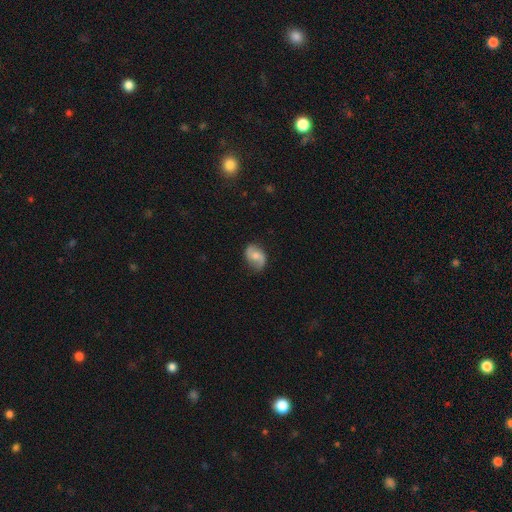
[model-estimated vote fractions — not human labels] Smooth or featured?
  - featured or disk: 63% *
  - smooth: 29%
  - star or artifact: 7%
Edge-on disk?
  - no: 97% *
  - yes: 3%
Bar?
  - no: 58% *
  - weak: 35%
  - strong: 7%
Spiral arms?
  - yes: 92% *
  - no: 8%
Spiral winding?
  - loose: 51% *
  - medium: 36%
  - tight: 13%
Spiral arm count?
  - 2: 87% *
  - can't tell: 5%
  - 1: 5%
  - 3: 1%
  - 4: 1%
  - more than 4: 1%
Bulge size?
  - moderate: 54% *
  - small: 34%
  - none: 6%
  - large: 4%
  - dominant: 1%
Merging?
  - none: 73% *
  - minor disturbance: 20%
  - major disturbance: 6%
  - merger: 1%